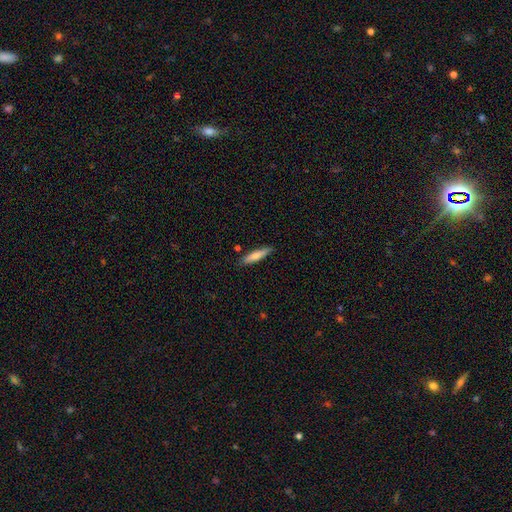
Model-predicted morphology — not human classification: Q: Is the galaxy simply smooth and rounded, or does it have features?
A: smooth — 73%.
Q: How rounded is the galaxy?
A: cigar-shaped — 85%.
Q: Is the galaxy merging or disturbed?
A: none — 86%.